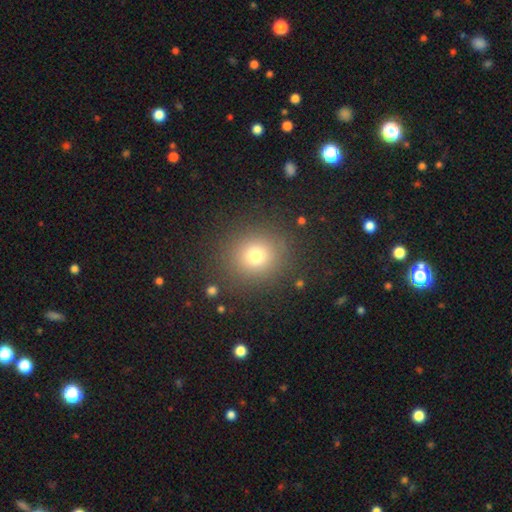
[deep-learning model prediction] This appears to be a smooth galaxy with no disk features (74%) that is round (90%). Merging: none (87%).